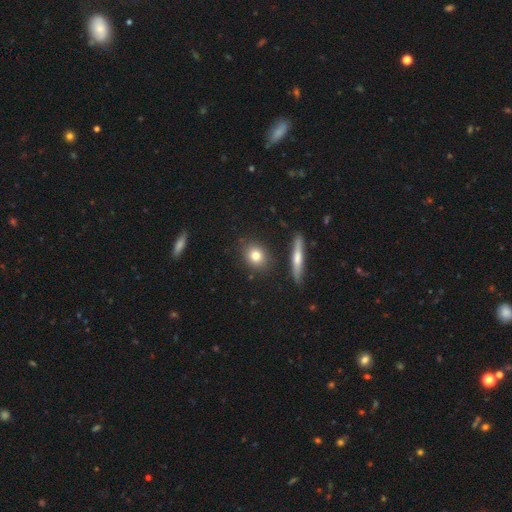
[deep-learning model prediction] Smooth or featured? Predicted: smooth (p=0.78). How rounded? Predicted: round (p=0.64). Merging? Predicted: none (p=0.85).